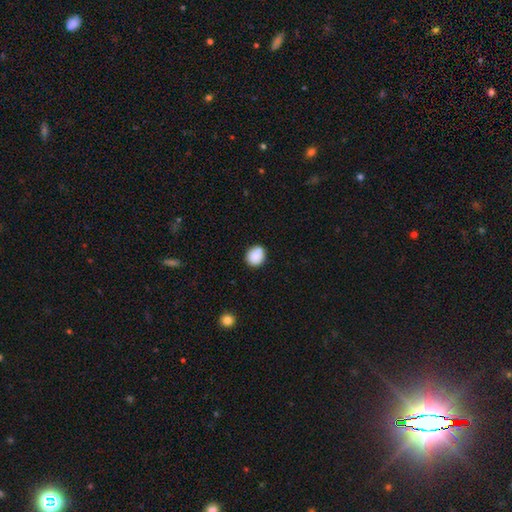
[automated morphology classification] Overall: smooth (88%). How rounded: round (75%). Merging: none (76%).